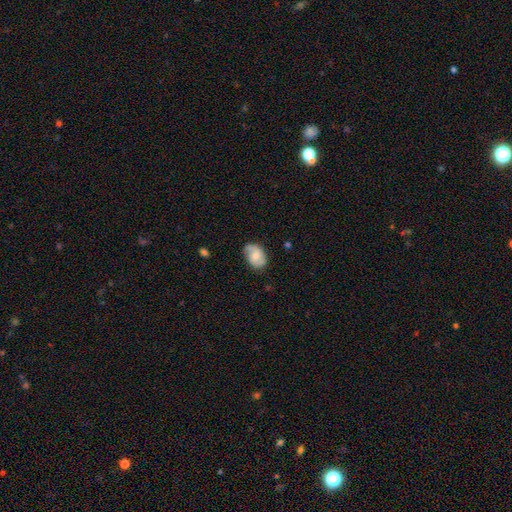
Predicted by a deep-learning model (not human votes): A featured or disk galaxy (53%) with no bar (60%), spiral arms (88%) and a moderate central bulge (53%). Merging: none (68%).